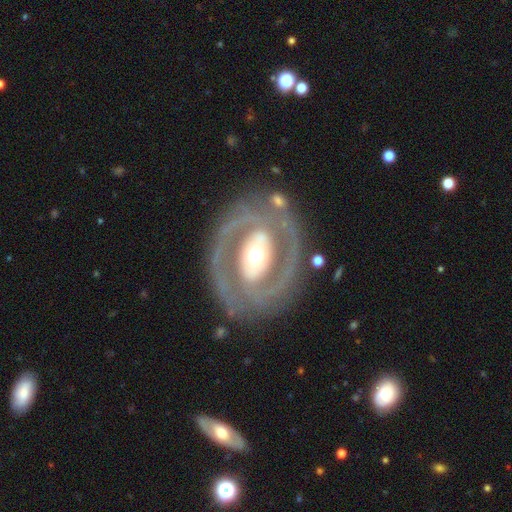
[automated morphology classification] A featured or disk galaxy (81%) with no bar (37%, tied with strong), 2 (78%) tight (42%) spiral arms (67%) and a moderate central bulge (58%).

Vote fractions:
- Smooth or featured? featured or disk: 81% / smooth: 14% / star or artifact: 5%
- Edge-on disk? no: 95% / yes: 5%
- Bar? no: 37% (tied) / strong: 37% (tied) / weak: 26%
- Spiral arms? yes: 67% / no: 33%
- Spiral winding? tight: 42% / medium: 39% / loose: 18%
- Spiral arm count? 2: 78% / can't tell: 10% / 1: 4% / 3: 3% / 4: 2% / more than 4: 2%
- Bulge size? moderate: 58% / large: 28% / small: 9% / dominant: 4% / none: 1%
- Merging? none: 73% / minor disturbance: 13% / major disturbance: 11% / merger: 4%